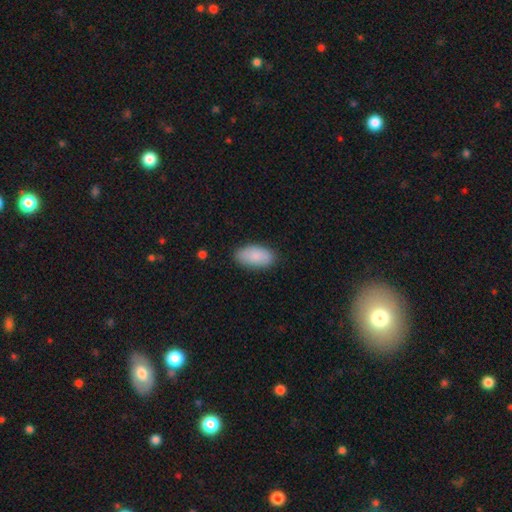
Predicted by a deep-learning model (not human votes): Overall: smooth (86%). How rounded: in between (94%). Merging: none (84%).